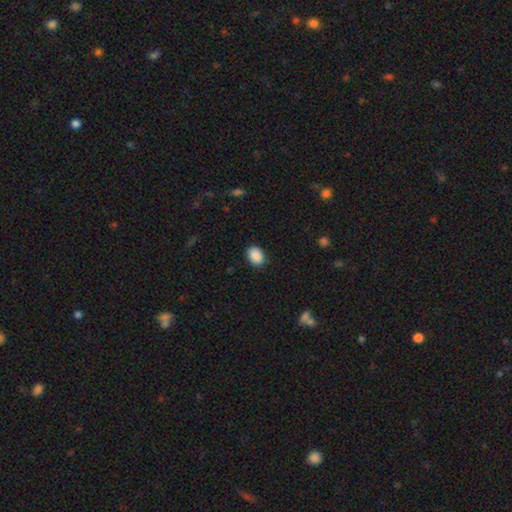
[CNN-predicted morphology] This is clearly a smooth galaxy (89%). How rounded: likely in between (73%). Merging: clearly none (87%).